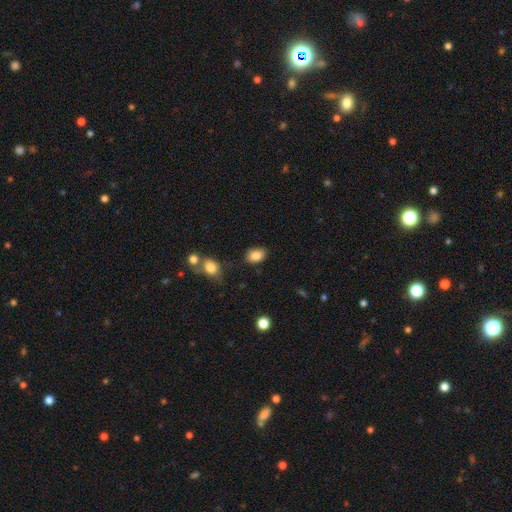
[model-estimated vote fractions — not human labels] Smooth or featured? Predicted: smooth (p=0.86). How rounded? Predicted: in between (p=0.83). Merging? Predicted: none (p=0.78).